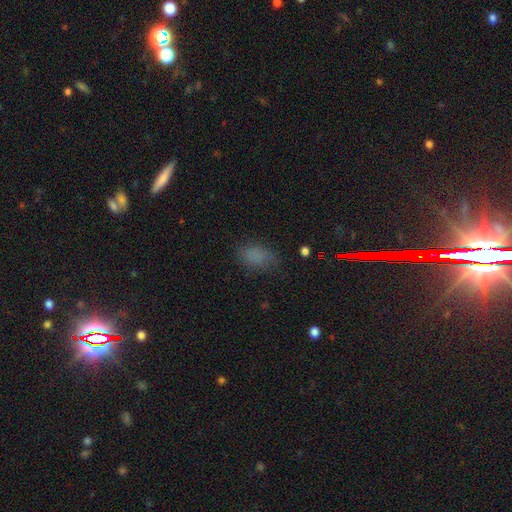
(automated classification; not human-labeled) smooth 78%, star or artifact 15%, featured or disk 6%. Down the decision tree: how rounded — in between (81%); merging — none (73%).